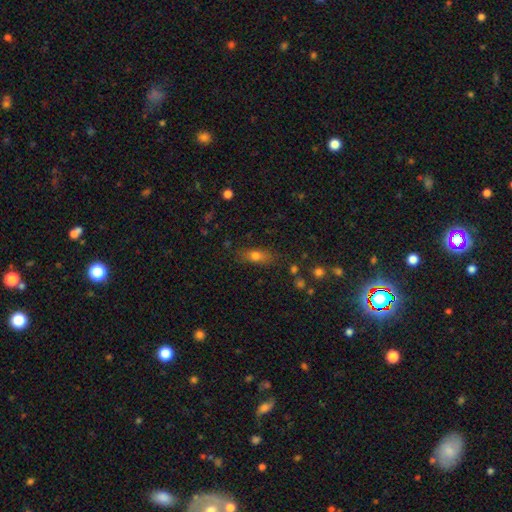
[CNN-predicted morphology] Smooth or featured? Predicted: smooth (p=0.73). How rounded? Predicted: in between (p=0.71). Merging? Predicted: none (p=0.78).